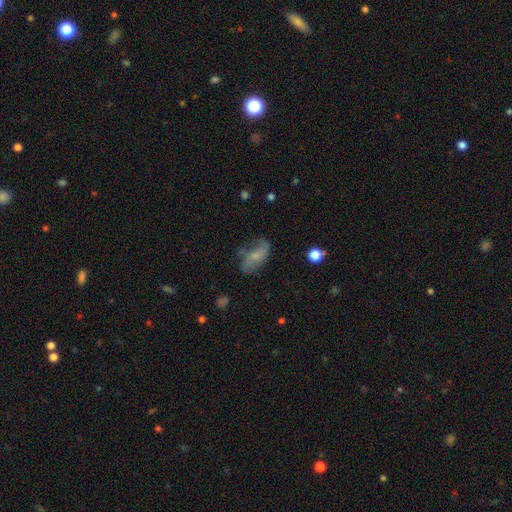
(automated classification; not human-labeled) smooth-or-featured: smooth: 45% (tied) | featured or disk: 45% (tied) | star or artifact: 10%
  merging: none: 49% | minor disturbance: 28% | major disturbance: 19% | merger: 4%